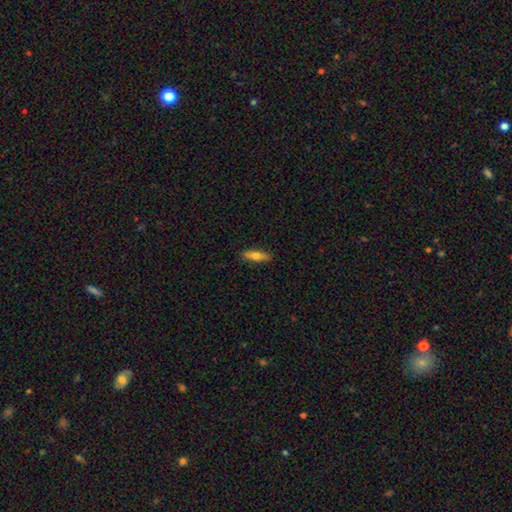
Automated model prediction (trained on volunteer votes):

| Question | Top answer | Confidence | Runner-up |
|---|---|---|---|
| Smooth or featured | smooth | 65% | featured or disk (28%) |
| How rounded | cigar-shaped | 60% | in between (37%) |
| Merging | none | 89% | minor disturbance (8%) |